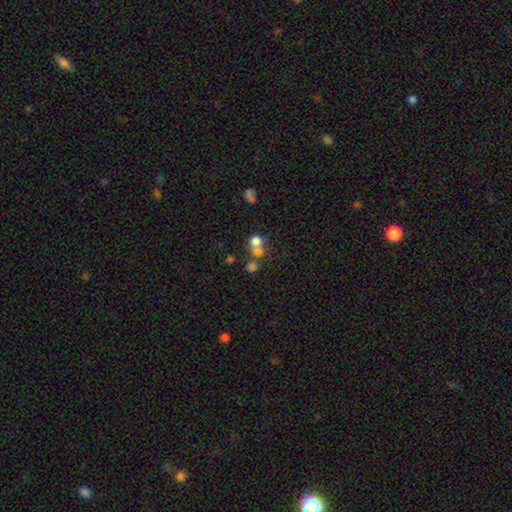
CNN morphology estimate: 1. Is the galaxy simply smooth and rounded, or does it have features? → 49% smooth, 36% star or artifact, 15% featured or disk.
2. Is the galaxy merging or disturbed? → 48% none, 39% merger, 8% minor disturbance, 6% major disturbance.